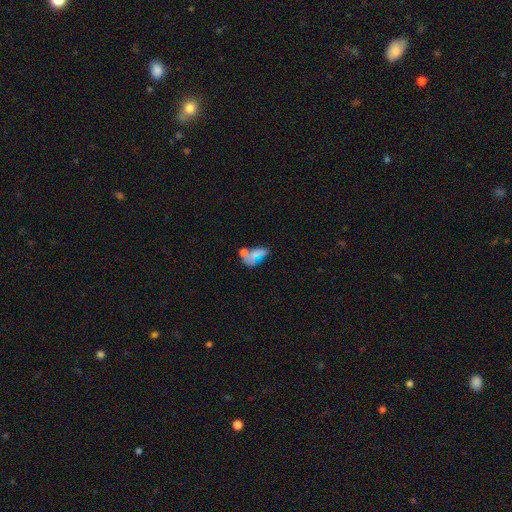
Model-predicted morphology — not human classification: Smooth or featured? Predicted: smooth (p=0.55). How rounded? Predicted: in between (p=0.84). Merging? Predicted: merger (p=0.39).